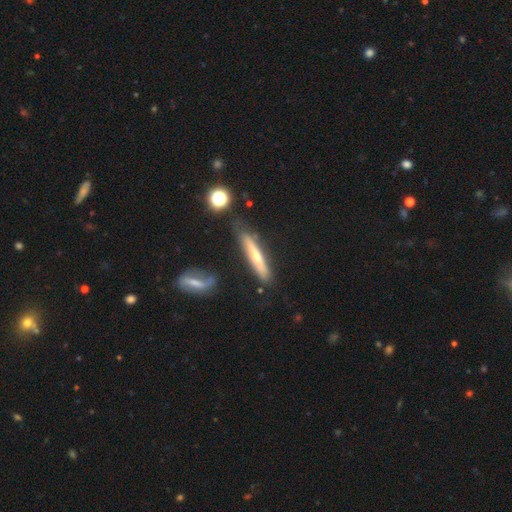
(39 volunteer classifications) Volunteers were most divided on "edge-on bulge" (2-way tie): none: 50%, rounded: 50%, boxy: 0%. More confident: edge-on disk — yes (87%); merging — none (61%); smooth or featured — featured or disk (59%).